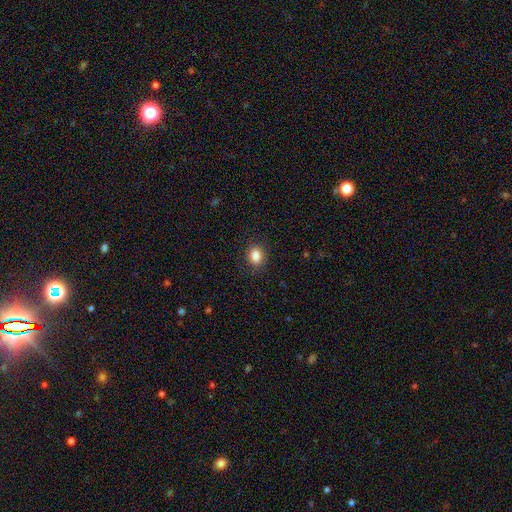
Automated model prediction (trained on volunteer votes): Morphology: type=smooth (86%); roundness=in between (57%); merging=none (87%).